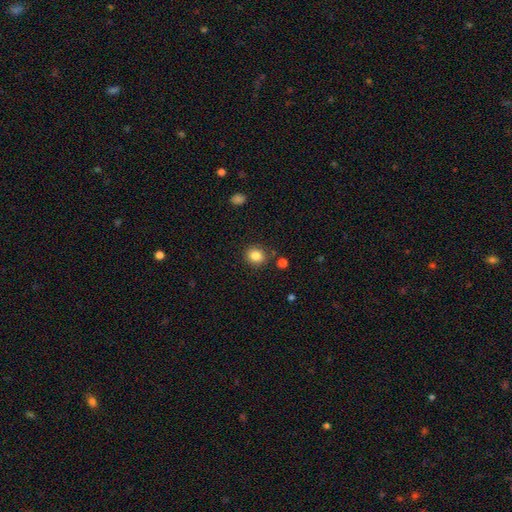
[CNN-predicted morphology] Smooth or featured: smooth — 85% (star or artifact — 10%)
How rounded: round — 76% (in between — 23%)
Merging: none — 86% (minor disturbance — 8%)